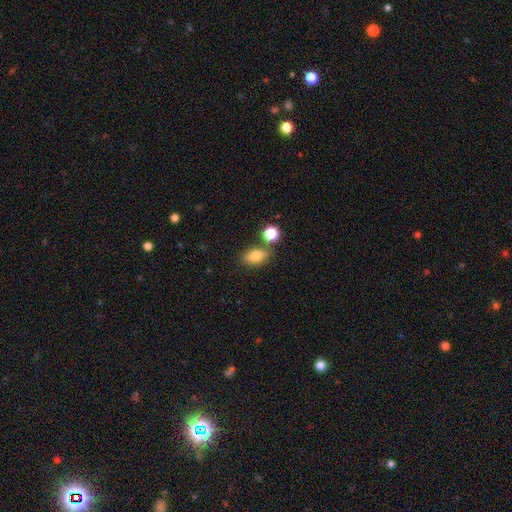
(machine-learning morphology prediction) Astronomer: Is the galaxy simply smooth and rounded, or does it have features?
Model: smooth — 78%.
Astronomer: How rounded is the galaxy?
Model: in between — 81%.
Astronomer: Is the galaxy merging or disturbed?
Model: none — 74%.